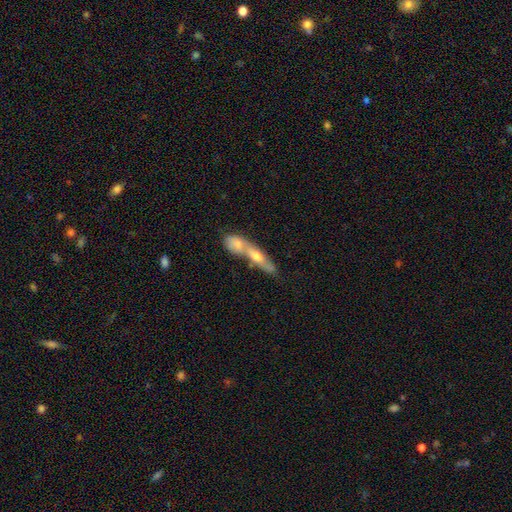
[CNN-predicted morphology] A featured or disk galaxy (47%).

Vote fractions:
- Smooth or featured? featured or disk: 47% / smooth: 45% / star or artifact: 8%
- Merging? merger: 64% / none: 24% / minor disturbance: 8% / major disturbance: 4%